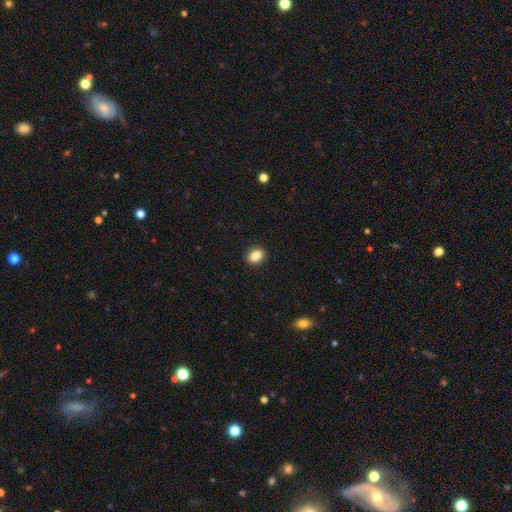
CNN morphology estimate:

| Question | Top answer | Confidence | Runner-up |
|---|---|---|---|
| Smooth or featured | smooth | 86% | star or artifact (9%) |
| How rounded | in between | 59% | round (40%) |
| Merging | none | 91% | minor disturbance (6%) |